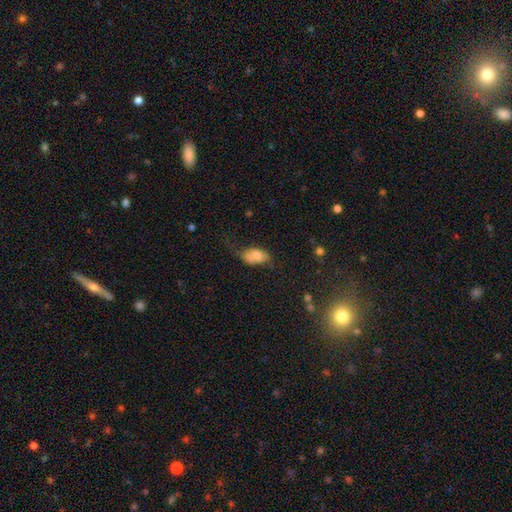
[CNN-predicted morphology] This appears to be a smooth galaxy with no disk features (70%) that is in between round and cigar-shaped (91%). Merging: none (33%).